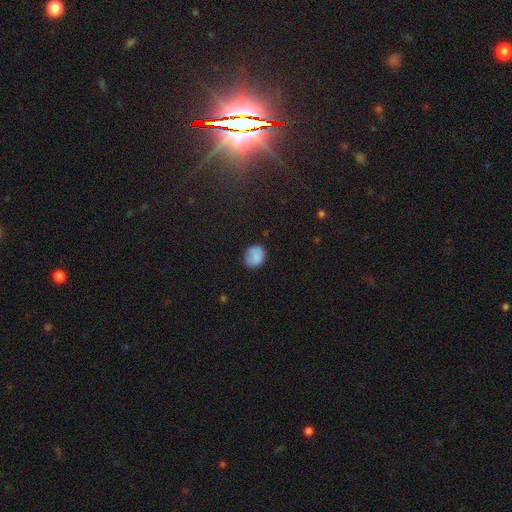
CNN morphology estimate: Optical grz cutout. It shows a smooth galaxy with no disk features (83%) that is round (63%). Merging: none (76%).